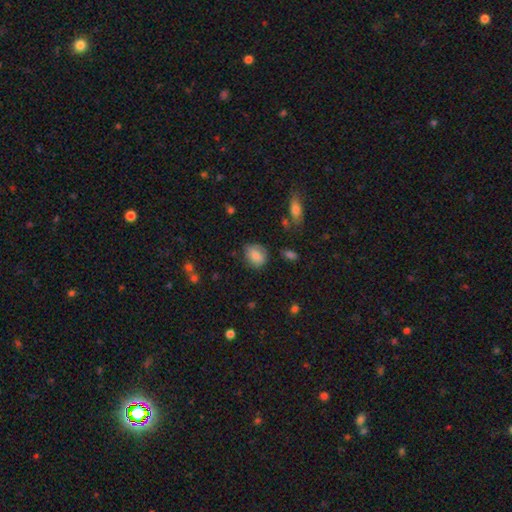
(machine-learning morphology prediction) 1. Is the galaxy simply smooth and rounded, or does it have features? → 74% smooth, 18% featured or disk, 8% star or artifact.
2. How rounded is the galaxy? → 56% round, 43% in between, 1% cigar-shaped.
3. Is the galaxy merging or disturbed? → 68% none, 23% minor disturbance, 7% major disturbance, 2% merger.